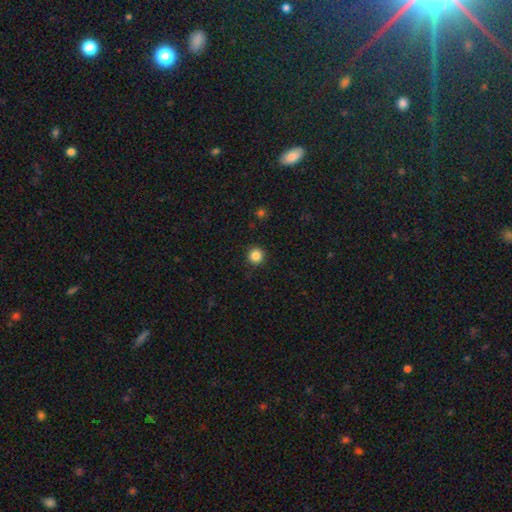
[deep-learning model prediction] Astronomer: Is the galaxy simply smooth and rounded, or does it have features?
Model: smooth — 85%.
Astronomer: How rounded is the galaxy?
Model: round — 95%.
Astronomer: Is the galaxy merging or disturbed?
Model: none — 91%.